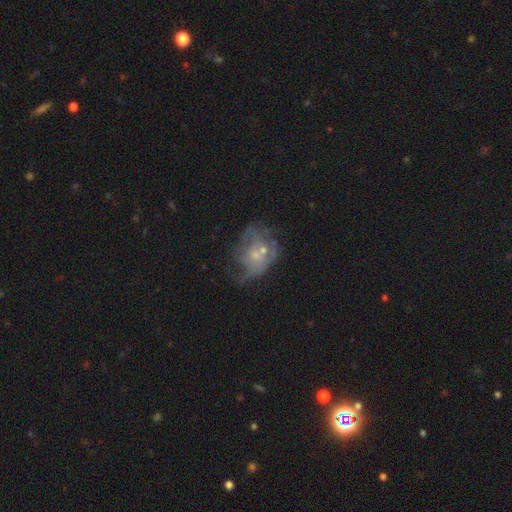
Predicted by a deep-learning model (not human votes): A featured or disk galaxy (59%) with no bar (82%), no spiral arms (64%) and a small central bulge (57%).

Vote fractions:
- Smooth or featured? featured or disk: 59% / smooth: 28% / star or artifact: 13%
- Edge-on disk? no: 97% / yes: 3%
- Bar? no: 82% / weak: 15% / strong: 3%
- Spiral arms? no: 64% / yes: 36%
- Bulge size? small: 57% / moderate: 25% / none: 15% / large: 2% / dominant: 1%
- Merging? none: 35% / major disturbance: 30% / minor disturbance: 22% / merger: 13%